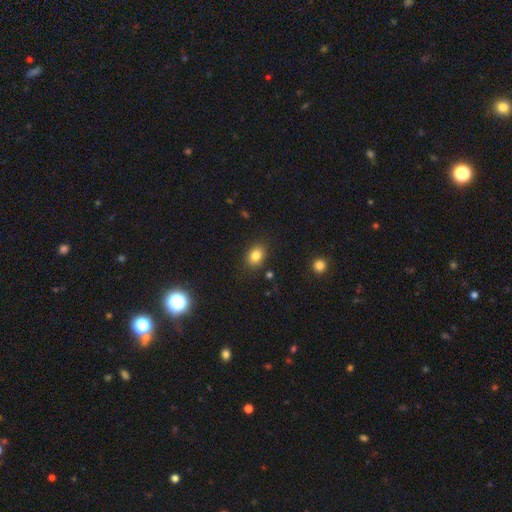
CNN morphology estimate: Overall: smooth (82%). How rounded: in between (67%; round 31%). Merging: none (85%).